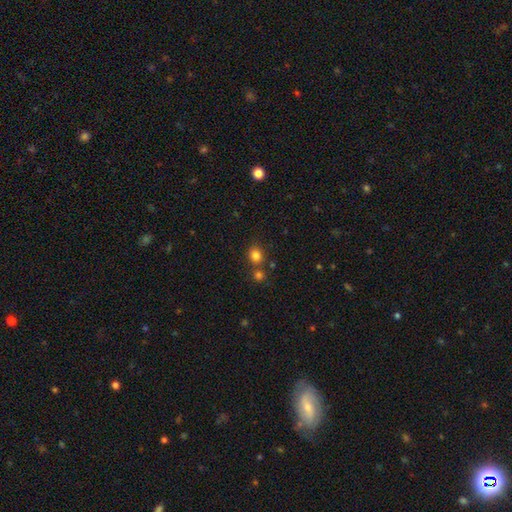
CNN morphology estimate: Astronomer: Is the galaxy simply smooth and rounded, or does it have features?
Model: smooth — 80%.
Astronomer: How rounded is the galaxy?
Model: round — 70%.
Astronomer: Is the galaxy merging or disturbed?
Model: none — 67%.